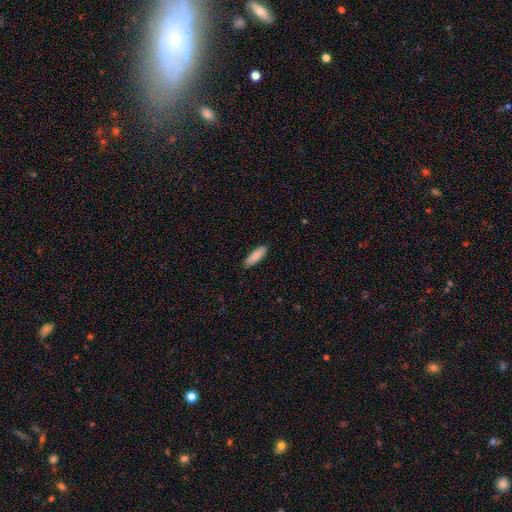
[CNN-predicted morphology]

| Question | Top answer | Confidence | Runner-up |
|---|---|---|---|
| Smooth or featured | smooth | 89% | star or artifact (6%) |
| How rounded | cigar-shaped | 51% | in between (48%) |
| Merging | none | 89% | minor disturbance (8%) |